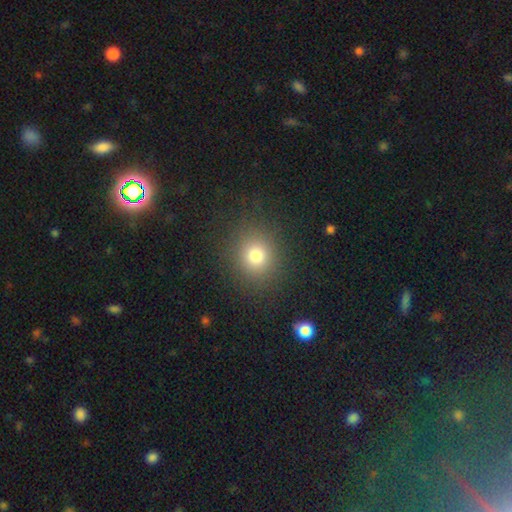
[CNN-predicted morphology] type=smooth (78%); roundness=round (84%); merging=none (87%).